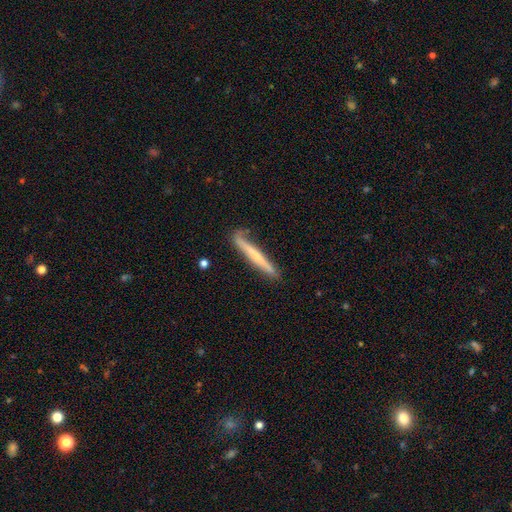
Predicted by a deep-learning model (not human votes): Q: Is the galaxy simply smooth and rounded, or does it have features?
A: featured or disk — 48%.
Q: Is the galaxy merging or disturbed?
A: none — 75%.